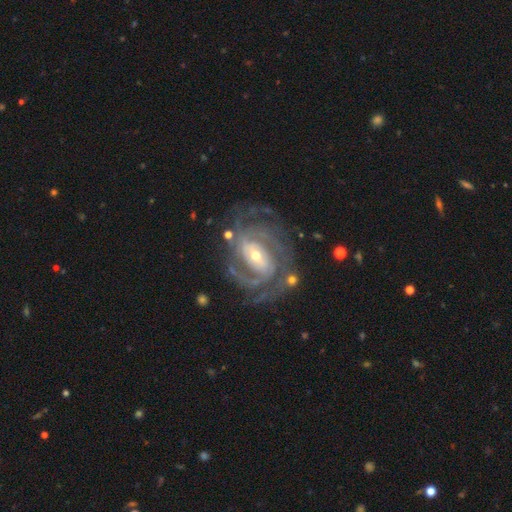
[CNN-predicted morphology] Smooth or featured: featured or disk — 91% (star or artifact — 5%)
Edge-on disk: no — 97% (yes — 3%)
Bar: weak — 38% (no — 34%)
Spiral arms: yes — 97% (no — 3%)
Spiral winding: tight — 58% (medium — 35%)
Spiral arm count: 2 — 29% (3 — 26%)
Bulge size: moderate — 47% (small — 46%)
Merging: none — 69% (minor disturbance — 16%)